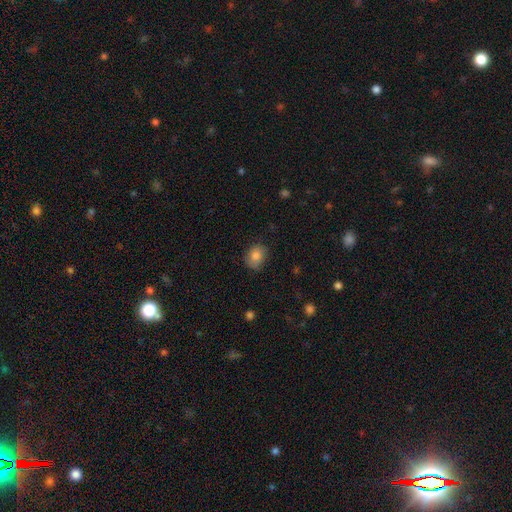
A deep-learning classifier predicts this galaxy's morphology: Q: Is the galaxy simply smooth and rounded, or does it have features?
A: smooth — 82%.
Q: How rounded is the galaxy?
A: round — 58%.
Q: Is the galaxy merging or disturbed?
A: none — 77%.